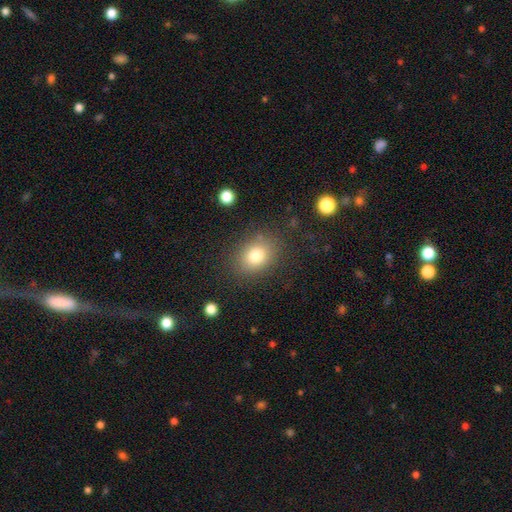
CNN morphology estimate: smooth_or_featured: smooth (p=0.79) [alt: star or artifact p=0.11]
how_rounded: in between (p=0.54) [alt: round p=0.45]
merging: none (p=0.82) [alt: minor disturbance p=0.11]